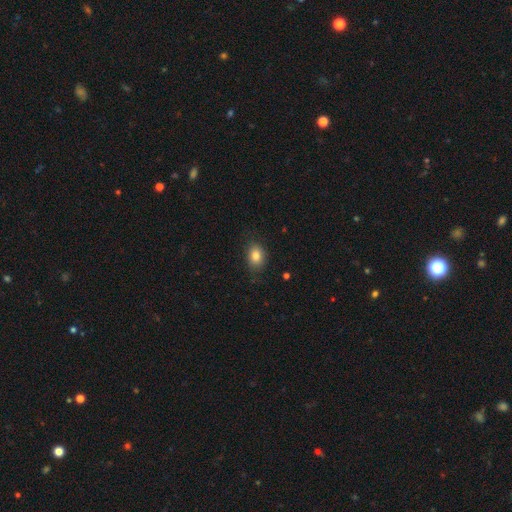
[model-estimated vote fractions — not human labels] The model was most divided on "how rounded": in between: 66%, round: 33%, cigar-shaped: 1%. More confident: smooth or featured — smooth (84%); merging — none (82%).